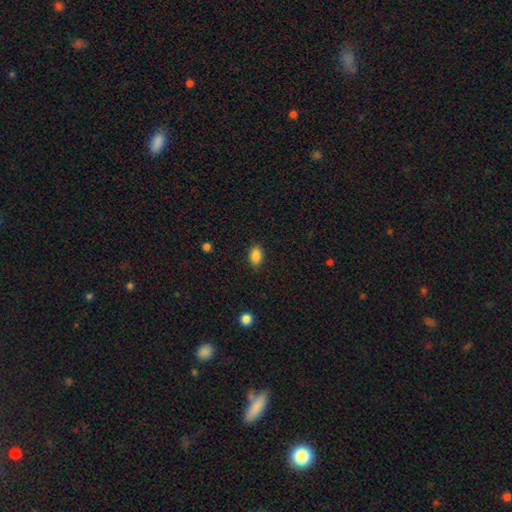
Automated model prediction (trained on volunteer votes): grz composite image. It shows a smooth galaxy with no disk features (87%) that is in between round and cigar-shaped (85%). Merging: none (86%).